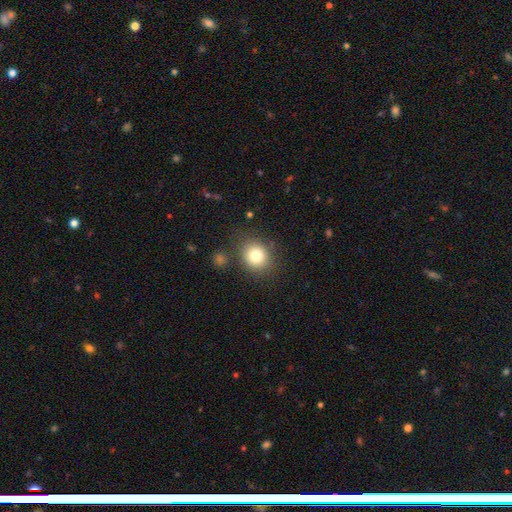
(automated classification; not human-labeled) Smooth or featured? smooth (80%)
How rounded? round (76%)
Merging? none (80%)